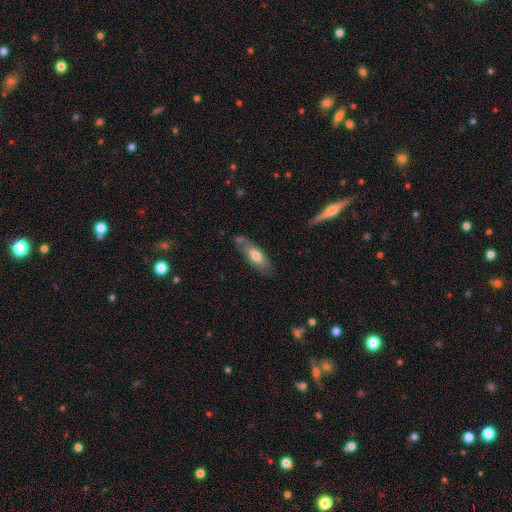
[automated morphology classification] smooth-or-featured: smooth: 52% | featured or disk: 42% | star or artifact: 6%
  how-rounded: in between: 67% | cigar-shaped: 30% | round: 2%
  merging: none: 69% | minor disturbance: 22% | major disturbance: 7% | merger: 3%